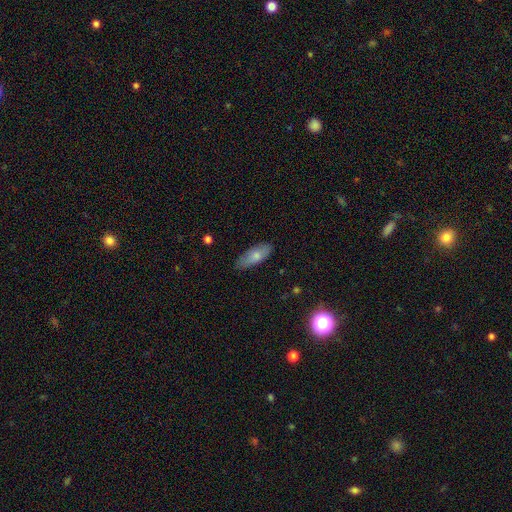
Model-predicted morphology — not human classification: Q: Smooth or featured?
A: smooth (76%); runner-up: featured or disk (18%)
Q: How rounded?
A: in between (74%); runner-up: cigar-shaped (24%)
Q: Merging?
A: none (82%); runner-up: minor disturbance (14%)